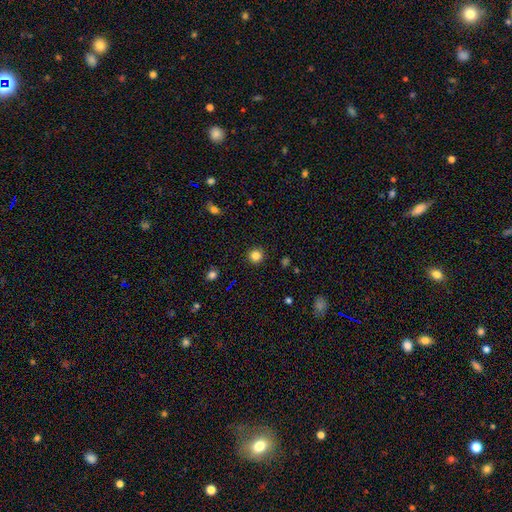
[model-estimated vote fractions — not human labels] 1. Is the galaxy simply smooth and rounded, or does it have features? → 83% smooth, 13% star or artifact, 4% featured or disk.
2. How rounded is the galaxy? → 95% round, 4% in between, 1% cigar-shaped.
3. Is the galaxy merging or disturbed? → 92% none, 5% minor disturbance, 2% major disturbance, 1% merger.